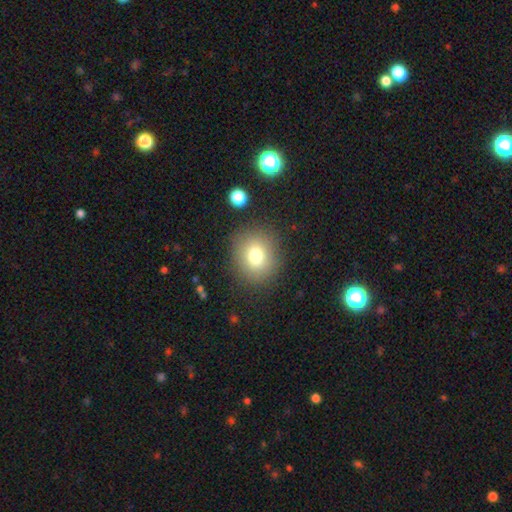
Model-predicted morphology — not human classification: Smooth or featured? Predicted: smooth (p=0.76). How rounded? Predicted: round (p=0.80). Merging? Predicted: none (p=0.86).